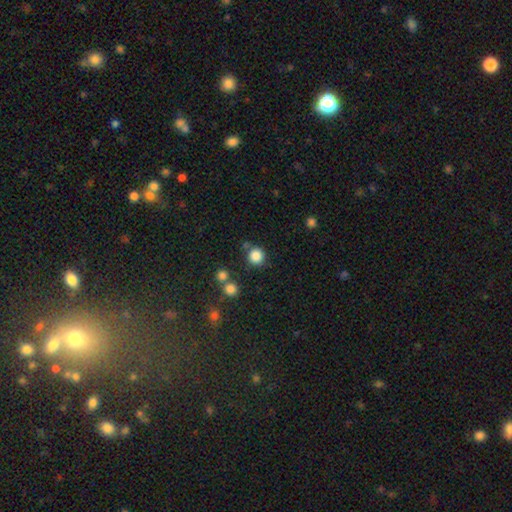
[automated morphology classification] Smooth or featured?
  - smooth: 85% *
  - star or artifact: 11%
  - featured or disk: 4%
How rounded?
  - round: 91% *
  - in between: 8%
  - cigar-shaped: 1%
Merging?
  - none: 79% *
  - minor disturbance: 10%
  - merger: 8%
  - major disturbance: 3%